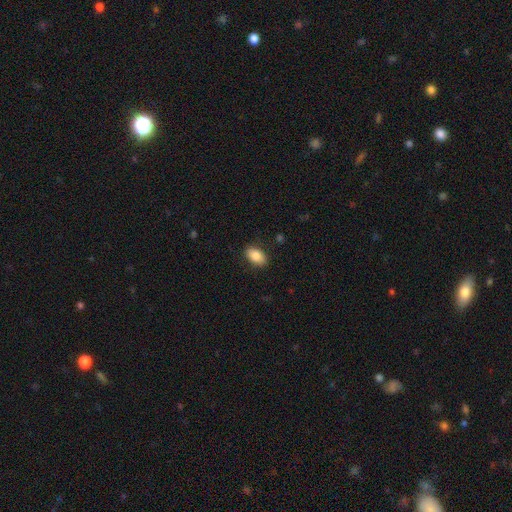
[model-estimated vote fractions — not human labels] Smooth or featured? smooth (85%)
How rounded? in between (91%)
Merging? none (87%)